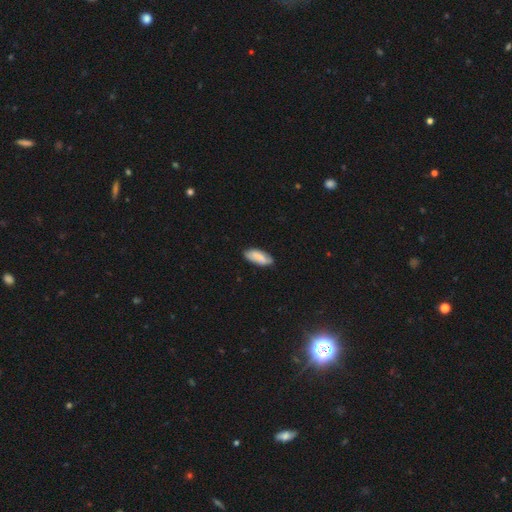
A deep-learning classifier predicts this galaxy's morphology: type=smooth (77%); roundness=in between (82%); merging=none (76%).